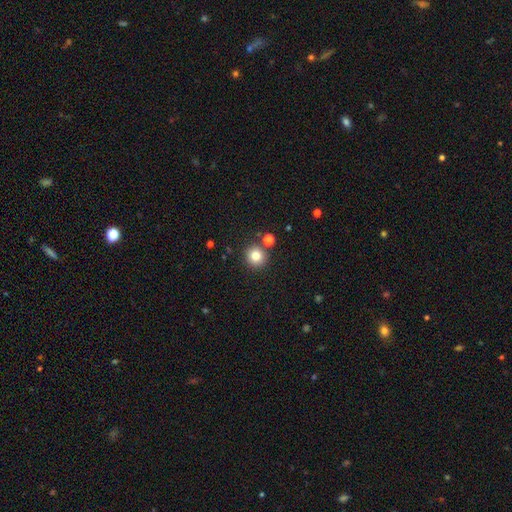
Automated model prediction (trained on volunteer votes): Smooth or featured?
  - smooth: 81% *
  - star or artifact: 12%
  - featured or disk: 7%
How rounded?
  - round: 94% *
  - in between: 5%
  - cigar-shaped: 1%
Merging?
  - none: 83% *
  - merger: 8%
  - minor disturbance: 7%
  - major disturbance: 2%